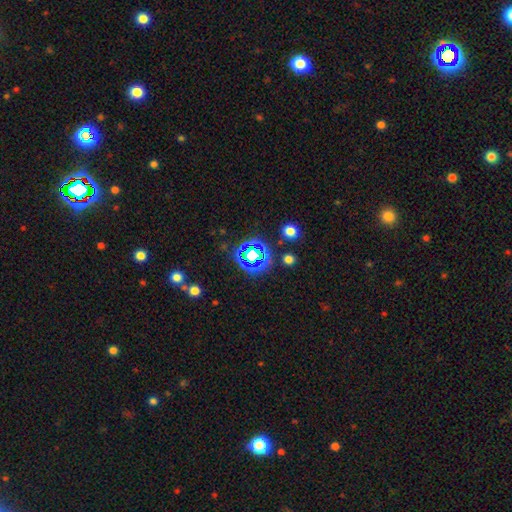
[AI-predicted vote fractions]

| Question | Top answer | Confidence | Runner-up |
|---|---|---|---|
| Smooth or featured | star or artifact | 70% | smooth (21%) |